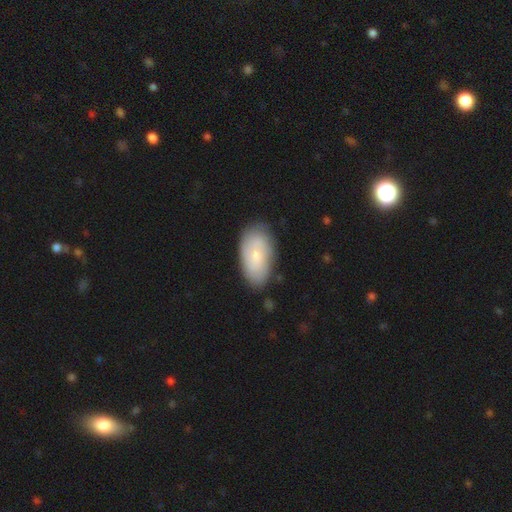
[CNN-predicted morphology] This appears to be a smooth galaxy with no disk features (67%) that is in between round and cigar-shaped (94%). Merging: none (77%).